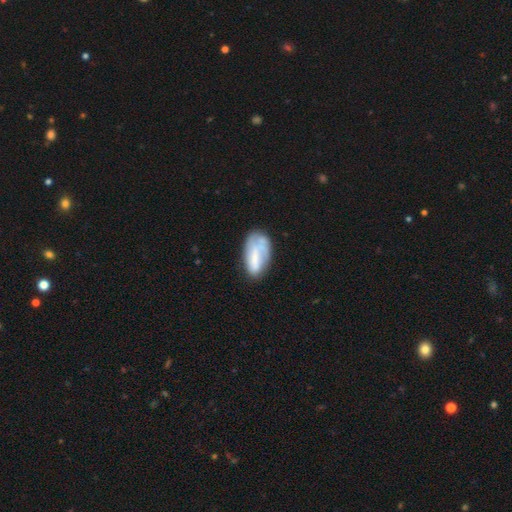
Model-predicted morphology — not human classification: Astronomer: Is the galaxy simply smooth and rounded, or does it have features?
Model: smooth — 57% (runner-up: featured or disk, 35%).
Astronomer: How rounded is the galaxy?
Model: in between — 89%.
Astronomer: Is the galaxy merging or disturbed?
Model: none — 51% (runner-up: minor disturbance, 30%).